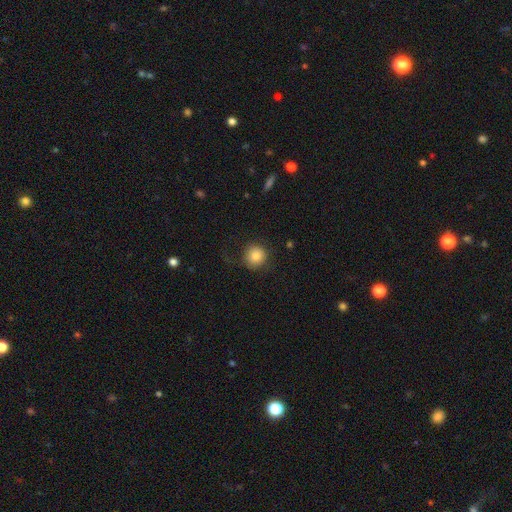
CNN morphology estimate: This appears to be a smooth galaxy with no disk features (84%) that is round (91%). Merging: none (77%).